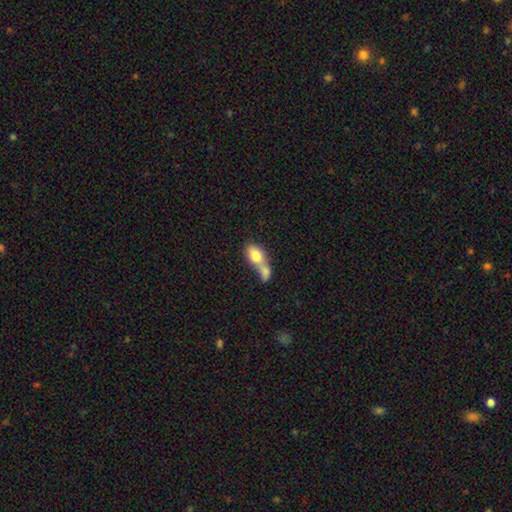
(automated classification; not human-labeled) Smooth or featured? smooth (76%)
How rounded? in between (73%)
Merging? merger (73%)